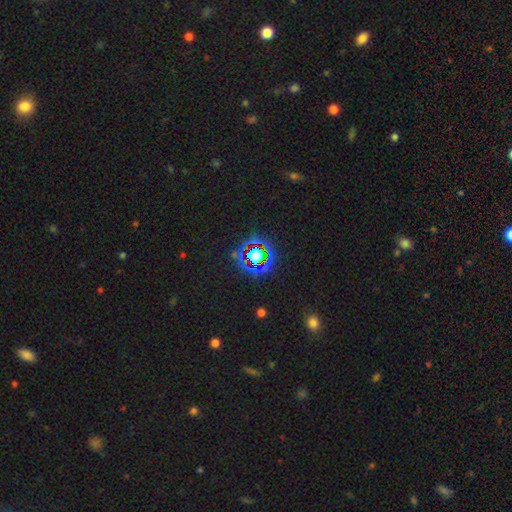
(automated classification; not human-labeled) Smooth or featured?
  - star or artifact: 70% *
  - smooth: 20%
  - featured or disk: 10%